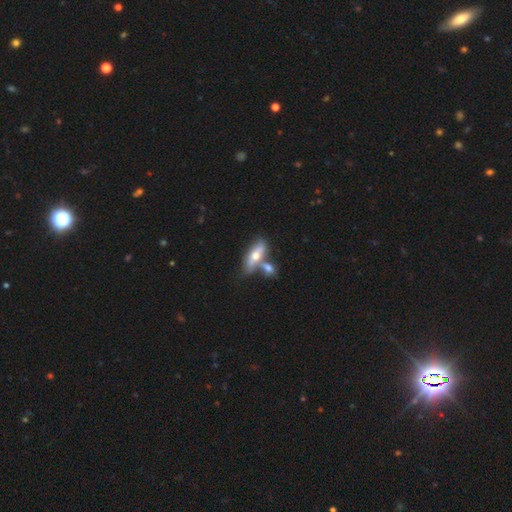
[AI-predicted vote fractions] smooth 49%, featured or disk 45%, star or artifact 6%. Down the decision tree: merging — none (42%).